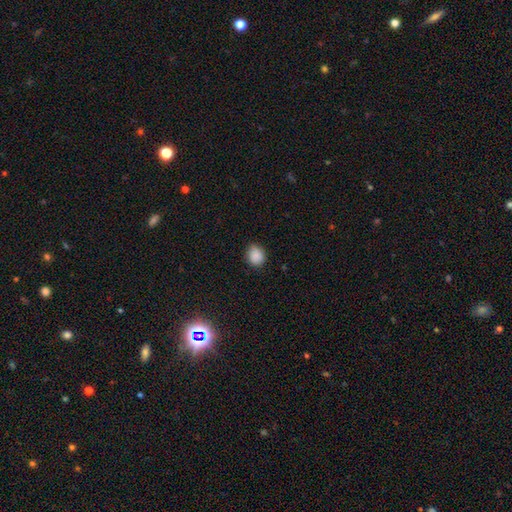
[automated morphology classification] This is clearly a smooth galaxy (88%). How rounded: likely round (61%). Merging: likely none (78%).